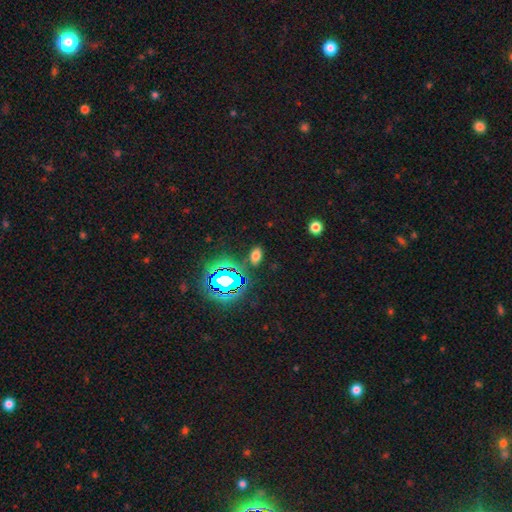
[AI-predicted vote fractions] Q: Smooth or featured?
A: smooth (64%); runner-up: star or artifact (29%)
Q: How rounded?
A: in between (85%); runner-up: round (12%)
Q: Merging?
A: none (84%); runner-up: minor disturbance (10%)